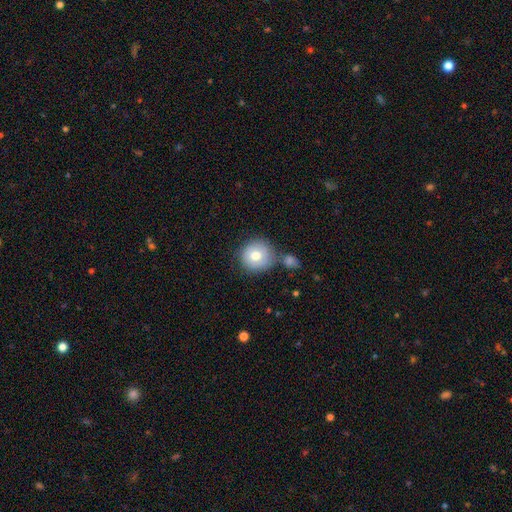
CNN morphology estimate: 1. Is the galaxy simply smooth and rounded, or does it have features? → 72% smooth, 20% featured or disk, 8% star or artifact.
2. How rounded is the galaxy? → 91% round, 8% in between, 1% cigar-shaped.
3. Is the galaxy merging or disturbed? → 63% none, 18% merger, 14% minor disturbance, 5% major disturbance.